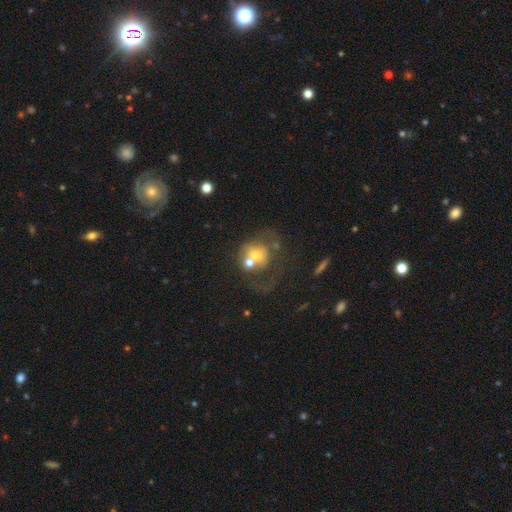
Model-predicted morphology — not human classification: Smooth or featured? Predicted: smooth (p=0.46). Merging? Predicted: merger (p=0.42).